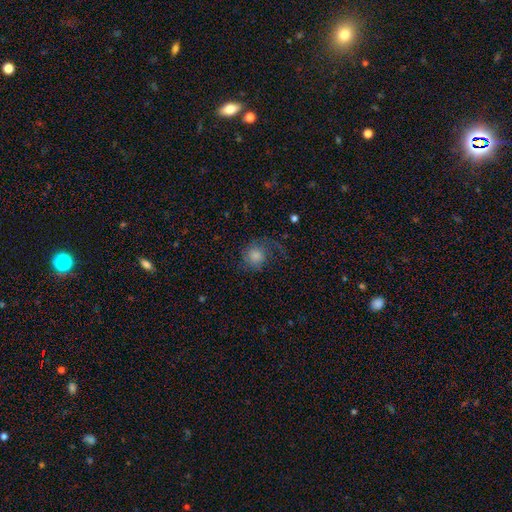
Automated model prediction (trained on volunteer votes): Smooth or featured? Predicted: smooth (p=0.66). How rounded? Predicted: round (p=0.81). Merging? Predicted: none (p=0.48).